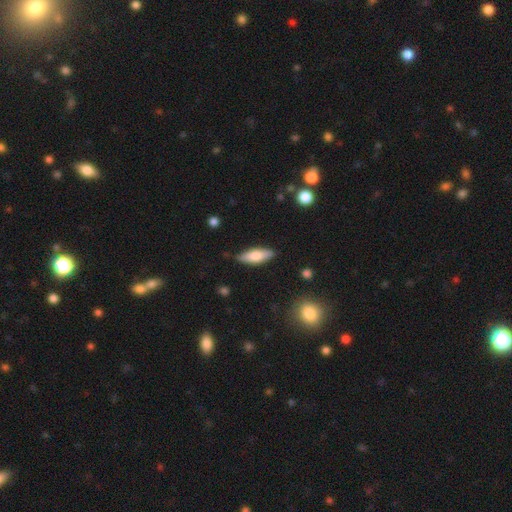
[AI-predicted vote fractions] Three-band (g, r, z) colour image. It shows a smooth galaxy with no disk features (68%) that is in between round and cigar-shaped (59%). Merging: none (84%).